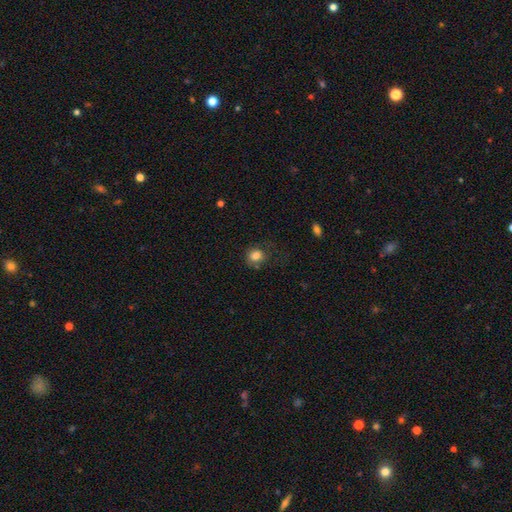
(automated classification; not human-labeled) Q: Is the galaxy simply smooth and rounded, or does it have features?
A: smooth — 83%.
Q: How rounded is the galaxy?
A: round — 72%.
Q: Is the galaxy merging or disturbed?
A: none — 64%.